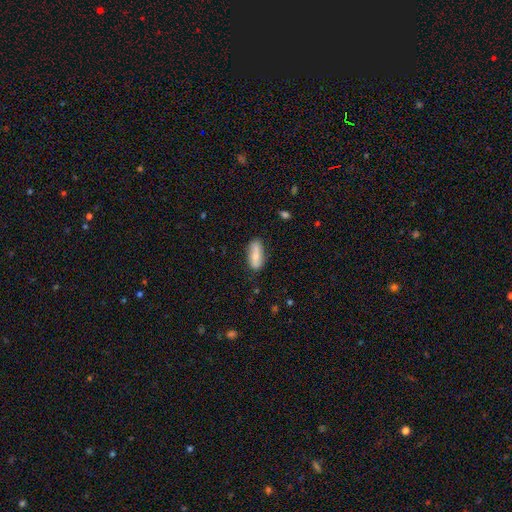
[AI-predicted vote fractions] smooth 65%, featured or disk 29%, star or artifact 7%. Down the decision tree: how rounded — in between (75%); merging — none (79%).